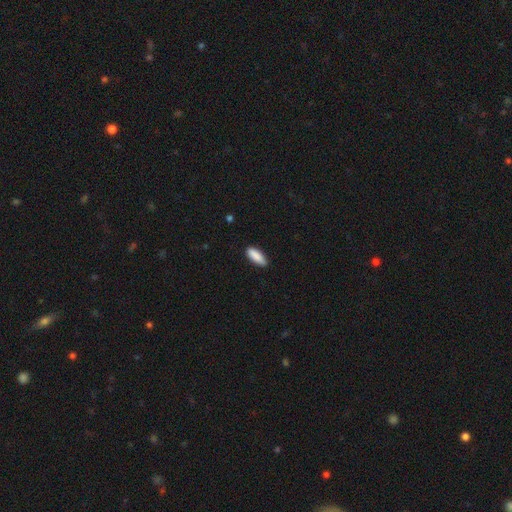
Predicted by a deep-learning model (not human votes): The model was most divided on "how rounded": in between: 68%, cigar-shaped: 30%, round: 2%. More confident: smooth or featured — smooth (88%); merging — none (85%).